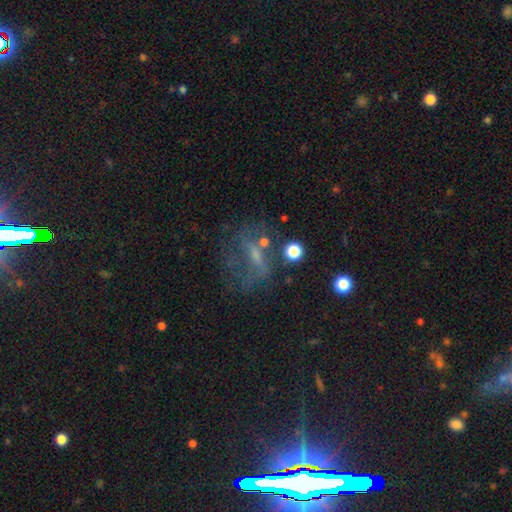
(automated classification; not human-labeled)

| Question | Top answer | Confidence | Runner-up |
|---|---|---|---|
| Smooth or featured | featured or disk | 48% | smooth (27%) |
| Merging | none | 46% | major disturbance (29%) |